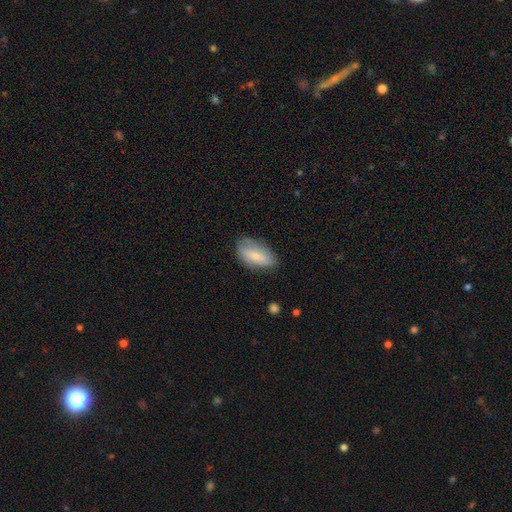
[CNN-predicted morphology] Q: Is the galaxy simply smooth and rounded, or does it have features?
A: smooth — 65%.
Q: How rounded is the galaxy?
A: in between — 91%.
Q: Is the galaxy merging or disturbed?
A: none — 67%.